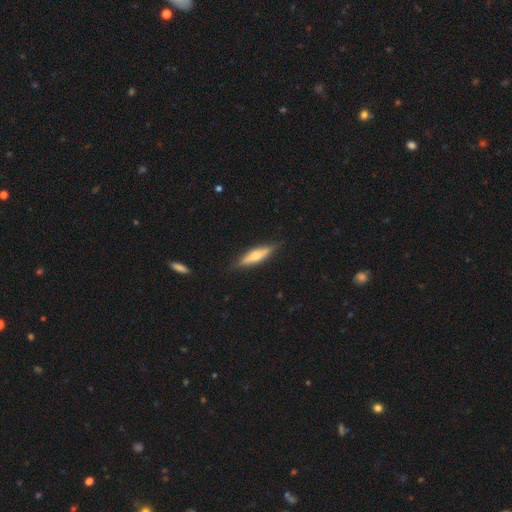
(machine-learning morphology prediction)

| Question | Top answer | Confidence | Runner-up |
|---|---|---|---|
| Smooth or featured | featured or disk | 49% | smooth (45%) |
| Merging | none | 86% | minor disturbance (11%) |